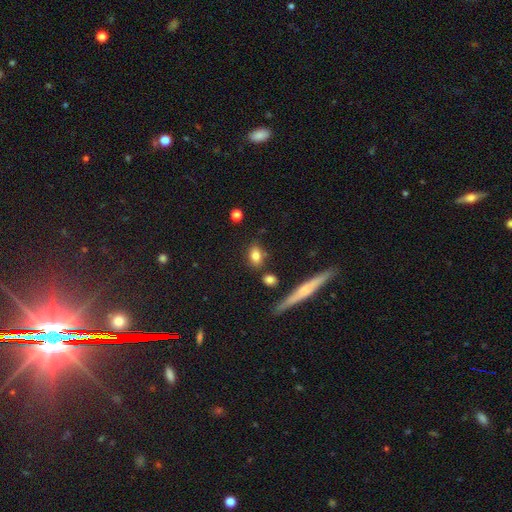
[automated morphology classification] A smooth galaxy with no disk features (80%) that is in between round and cigar-shaped (78%). Merging: none (76%).